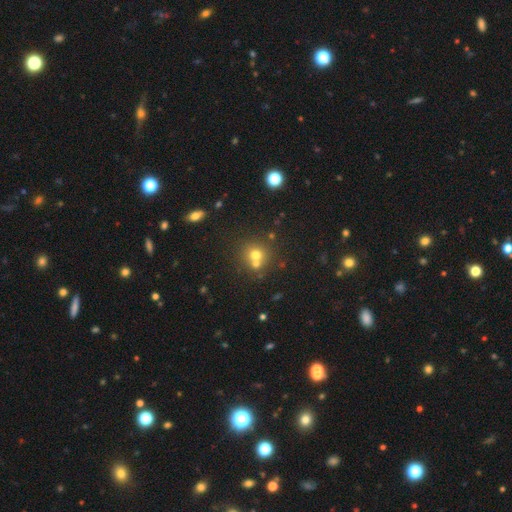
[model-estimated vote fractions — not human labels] A smooth galaxy with no disk features (68%) that is round (86%). Merging: none (52%).